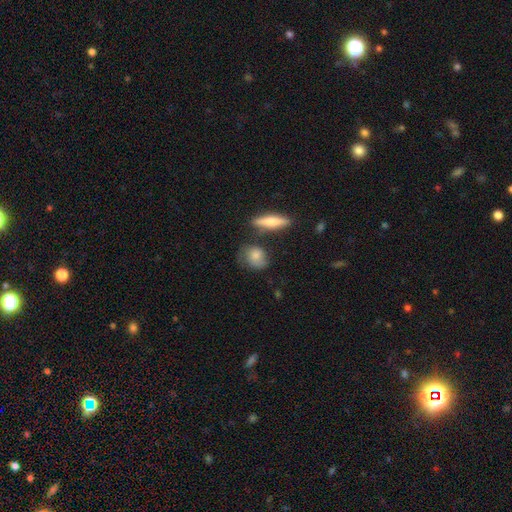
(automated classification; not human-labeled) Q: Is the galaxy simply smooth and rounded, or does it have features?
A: smooth — 67%.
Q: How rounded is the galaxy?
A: in between — 48%.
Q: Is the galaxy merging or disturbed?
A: none — 54%.